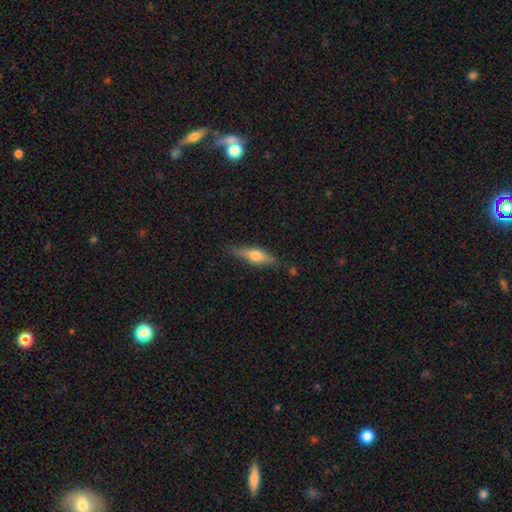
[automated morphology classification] A smooth galaxy with no disk features (52%) that is cigar-shaped (58%).

Vote fractions:
- Smooth or featured? smooth: 52% / featured or disk: 42% / star or artifact: 6%
- How rounded? cigar-shaped: 58% / in between: 39% / round: 3%
- Merging? none: 80% / minor disturbance: 15% / major disturbance: 3% / merger: 2%